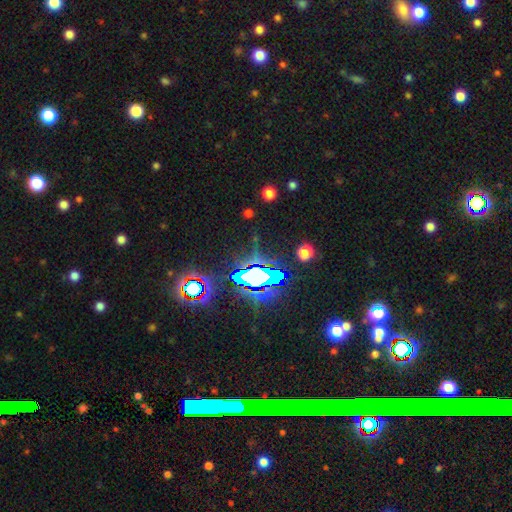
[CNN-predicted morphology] This is likely a star or artifact rather than a galaxy (68%).